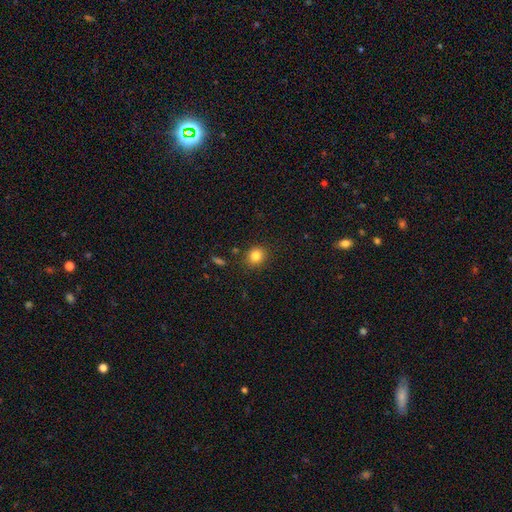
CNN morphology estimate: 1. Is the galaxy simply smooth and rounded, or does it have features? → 83% smooth, 11% star or artifact, 6% featured or disk.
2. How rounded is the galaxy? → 75% round, 24% in between, 1% cigar-shaped.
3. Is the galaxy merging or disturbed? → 86% none, 9% minor disturbance, 2% major disturbance, 2% merger.